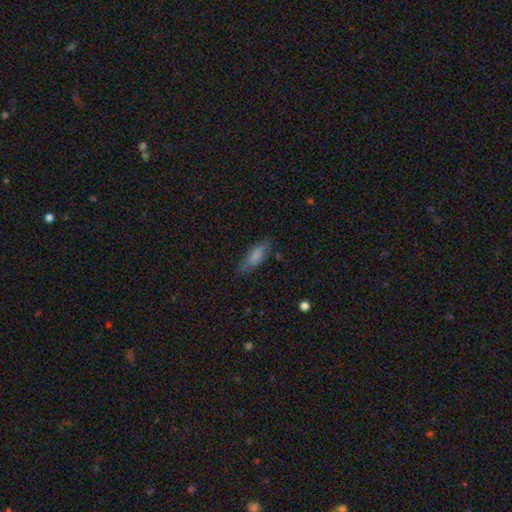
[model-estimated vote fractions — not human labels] The model was most divided on "how rounded": in between: 58%, cigar-shaped: 40%, round: 2%. More confident: smooth or featured — smooth (77%); merging — none (74%).